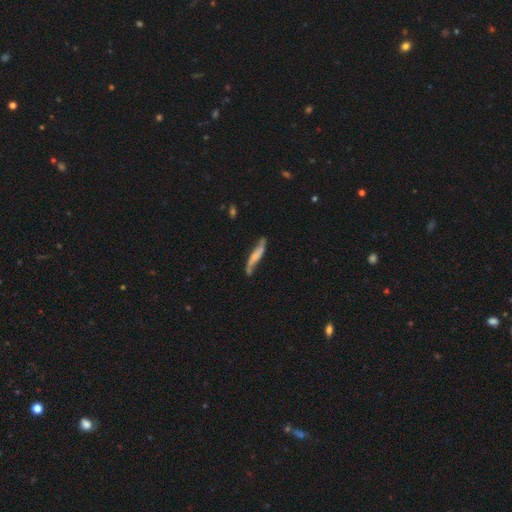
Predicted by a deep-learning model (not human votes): This is possibly a featured or disk galaxy (54%). It is possibly not viewed edge-on (56%). Merging: possibly none (54%).